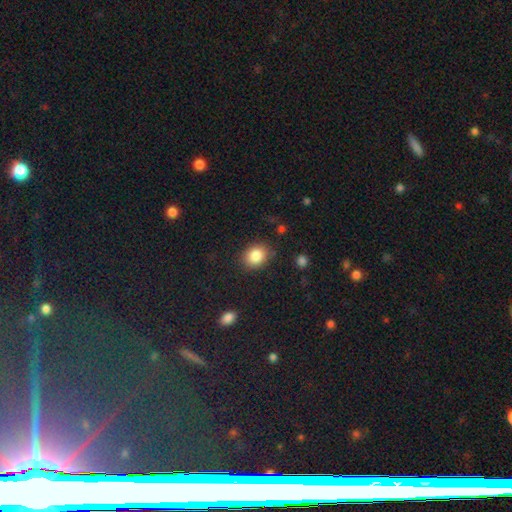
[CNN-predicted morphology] smooth 85%, star or artifact 9%, featured or disk 6%. Down the decision tree: how rounded — round (52%); merging — none (84%).